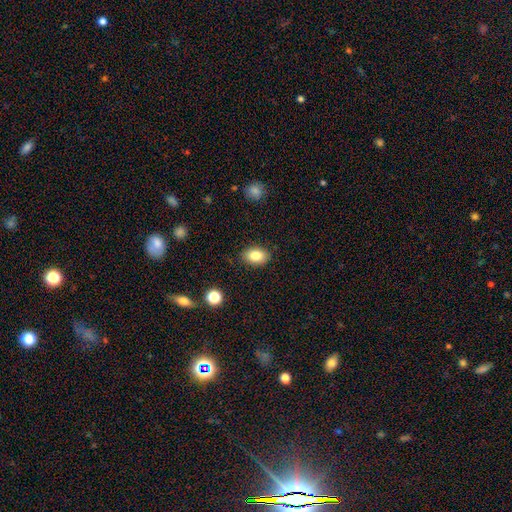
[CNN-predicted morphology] The model was most divided on "how rounded": in between: 80%, round: 18%, cigar-shaped: 1%. More confident: merging — none (87%); smooth or featured — smooth (83%).